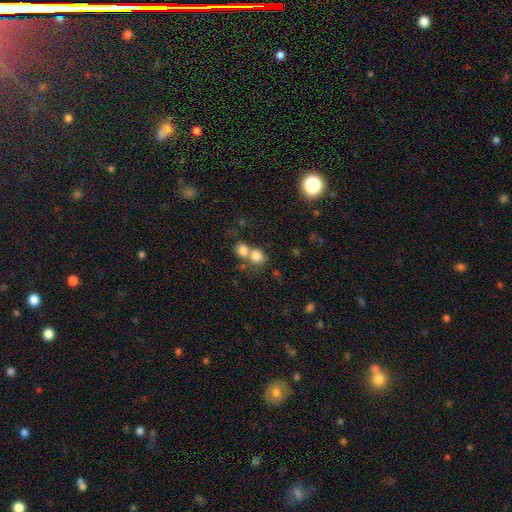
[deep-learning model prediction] This is likely a smooth galaxy (80%). How rounded: likely round (71%). Merging: possibly merger (54%).